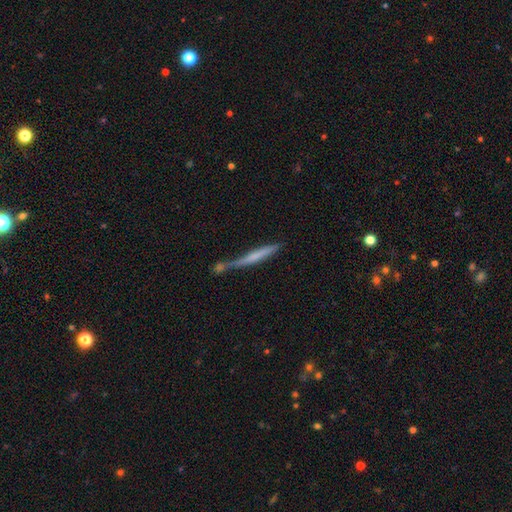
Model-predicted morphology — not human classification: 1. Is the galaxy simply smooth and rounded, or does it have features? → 49% smooth, 43% featured or disk, 7% star or artifact.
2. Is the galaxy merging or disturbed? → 41% none, 34% merger, 17% minor disturbance, 9% major disturbance.